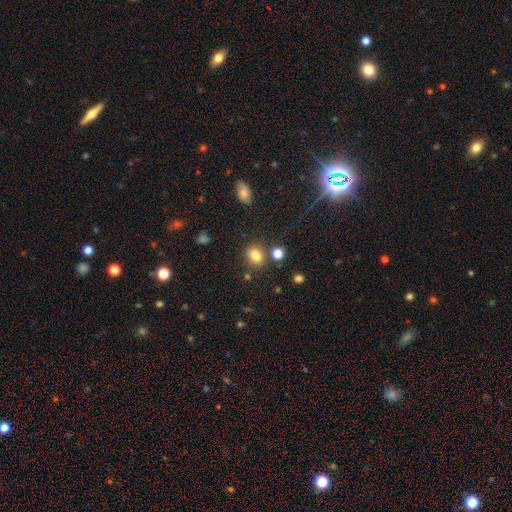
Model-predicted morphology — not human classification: type=smooth (79%); roundness=round (62%); merging=none (76%).